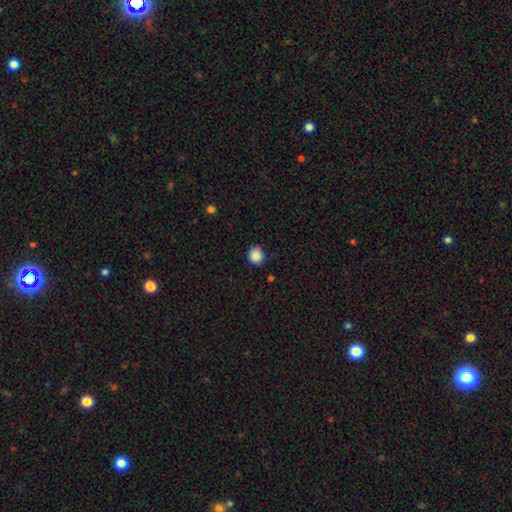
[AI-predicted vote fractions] Morphology: type=smooth (87%); roundness=round (84%); merging=none (83%).